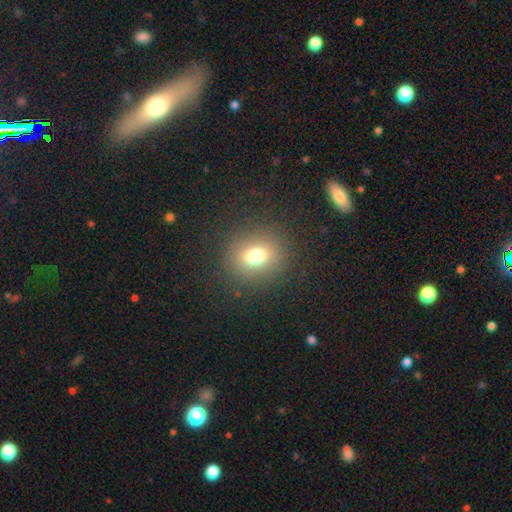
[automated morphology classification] A smooth galaxy with no disk features (72%) that is round (74%).

Vote fractions:
- Smooth or featured? smooth: 72% / star or artifact: 17% / featured or disk: 11%
- How rounded? round: 74% / in between: 25% / cigar-shaped: 1%
- Merging? none: 86% / minor disturbance: 8% / major disturbance: 5% / merger: 1%